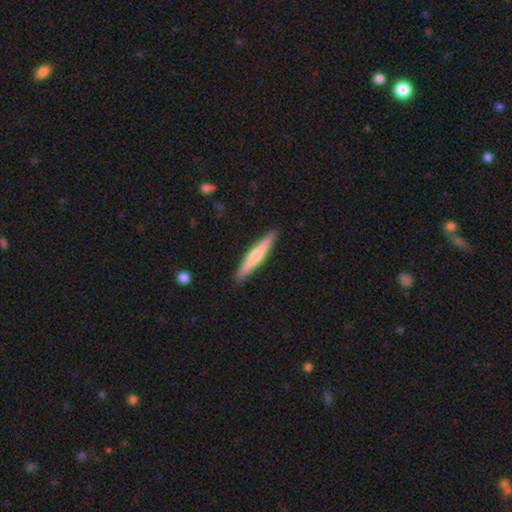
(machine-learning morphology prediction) A smooth galaxy with no disk features (53%) that is cigar-shaped (93%). Merging: none (91%).